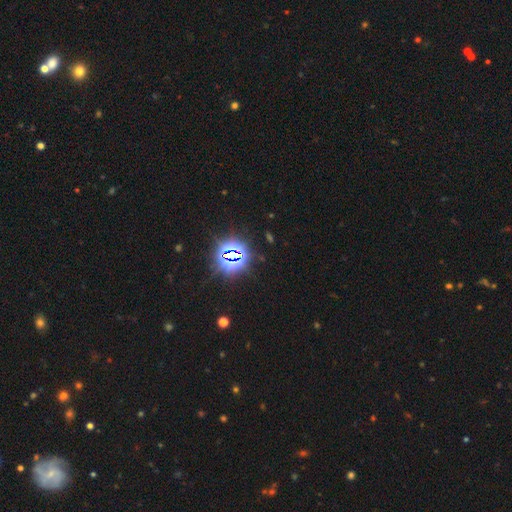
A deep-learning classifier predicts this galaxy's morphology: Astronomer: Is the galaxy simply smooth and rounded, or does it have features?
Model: star or artifact — 82%.